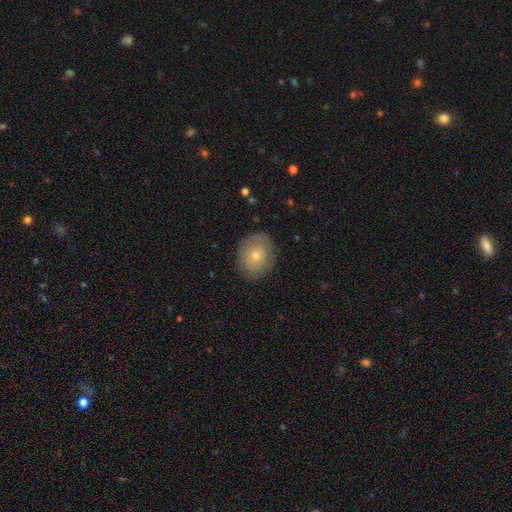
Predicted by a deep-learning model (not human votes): Morphology: type=smooth (65%); roundness=round (67%); merging=none (84%).